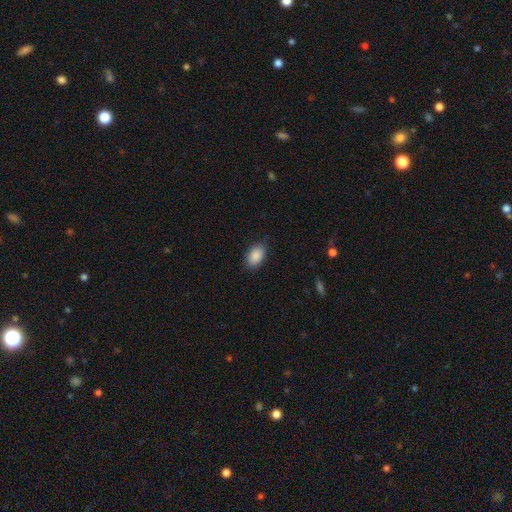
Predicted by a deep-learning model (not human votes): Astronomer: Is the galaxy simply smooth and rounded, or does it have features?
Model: smooth — 90%.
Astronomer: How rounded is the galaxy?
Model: in between — 91%.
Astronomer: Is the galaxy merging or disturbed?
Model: none — 84%.